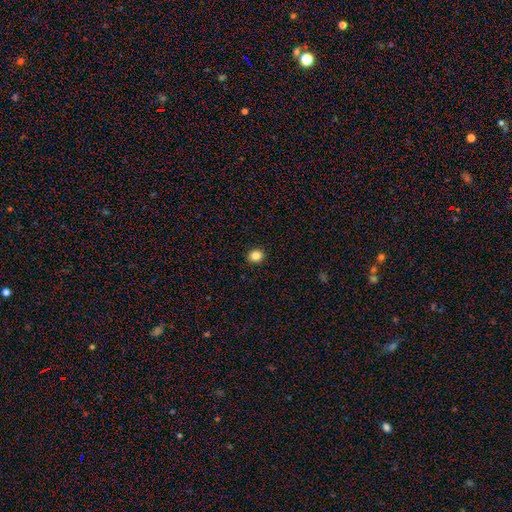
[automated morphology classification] Smooth or featured? Predicted: smooth (p=0.85). How rounded? Predicted: round (p=0.81). Merging? Predicted: none (p=0.92).